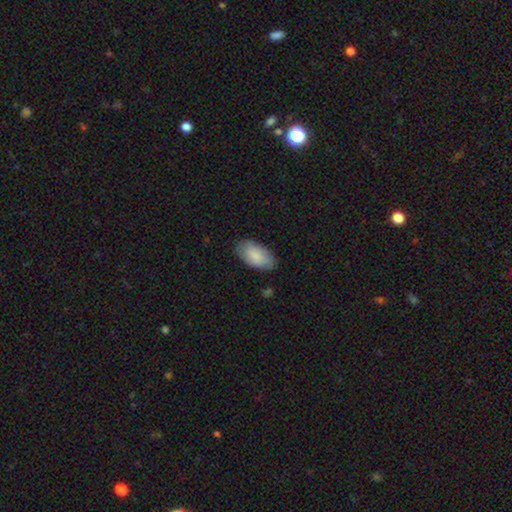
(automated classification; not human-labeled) This appears to be a smooth galaxy with no disk features (85%) that is in between round and cigar-shaped (95%). Merging: none (78%).